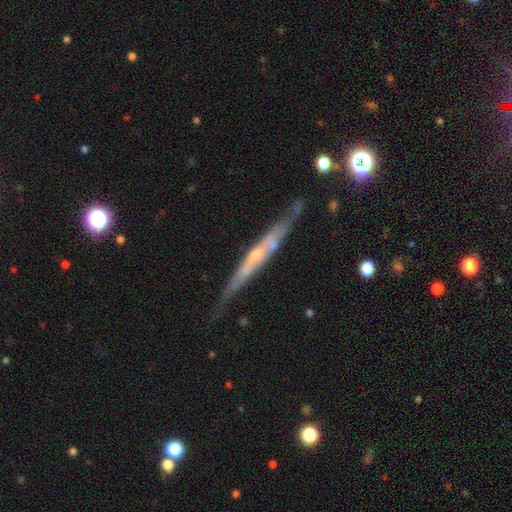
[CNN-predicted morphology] Smooth or featured? featured or disk (73%)
Edge-on disk? yes (89%)
Edge-on bulge? rounded (48%)
Merging? none (70%)